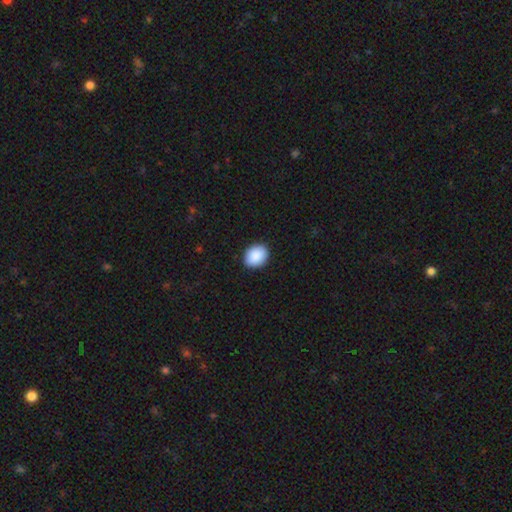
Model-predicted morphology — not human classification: This appears to be a smooth galaxy with no disk features (90%) that is in between round and cigar-shaped (50%). Merging: none (90%).